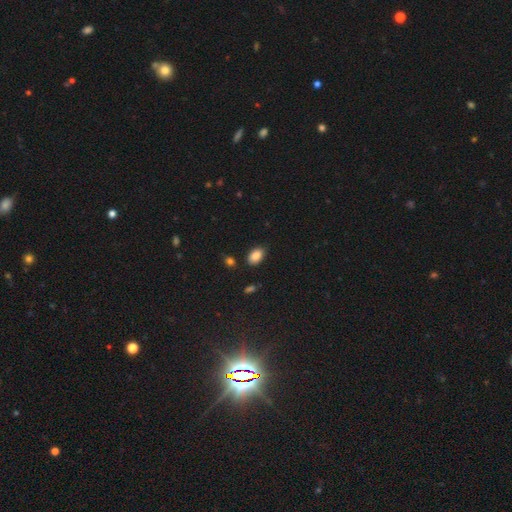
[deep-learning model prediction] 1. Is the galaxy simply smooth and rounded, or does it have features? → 87% smooth, 8% star or artifact, 5% featured or disk.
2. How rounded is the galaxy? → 89% in between, 10% round, 1% cigar-shaped.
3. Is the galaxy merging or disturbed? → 83% none, 11% minor disturbance, 3% merger, 3% major disturbance.